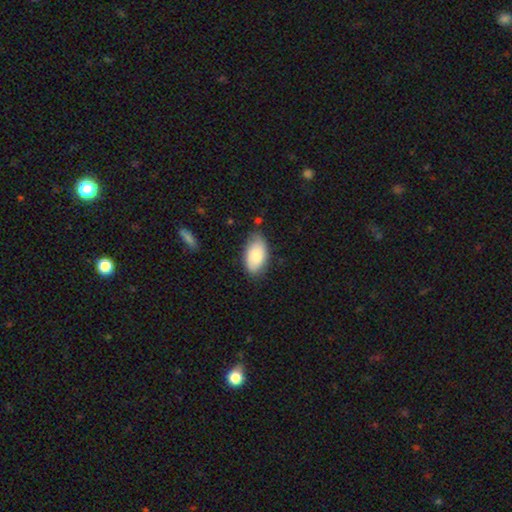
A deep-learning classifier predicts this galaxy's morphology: Overall: smooth (82%). How rounded: in between (95%). Merging: none (72%).